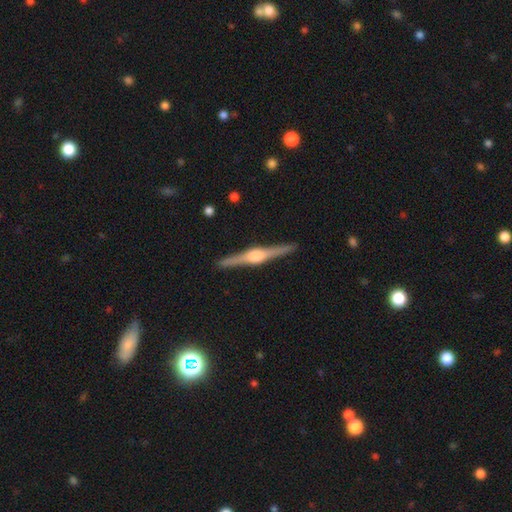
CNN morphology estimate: The model was most divided on "edge-on bulge": rounded: 86%, boxy: 12%, none: 3%. More confident: edge-on disk — yes (99%); merging — none (92%); smooth or featured — featured or disk (86%).